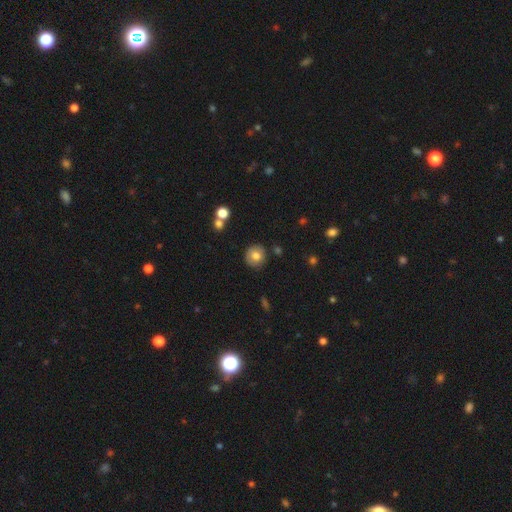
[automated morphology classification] This is likely a smooth galaxy (79%). How rounded: clearly round (91%). Merging: clearly none (86%).